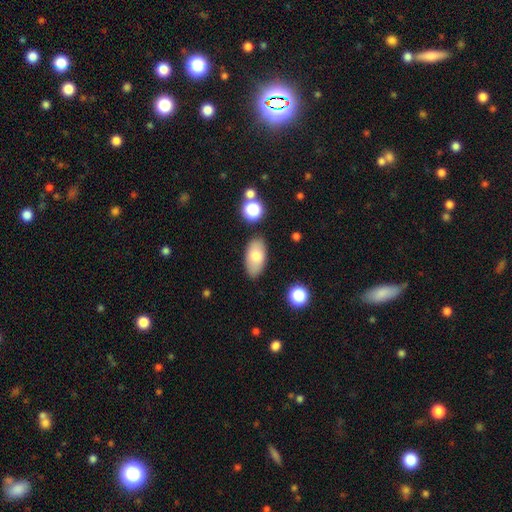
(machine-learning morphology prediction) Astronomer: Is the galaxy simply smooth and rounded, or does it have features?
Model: smooth — 75%.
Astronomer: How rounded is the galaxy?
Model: in between — 93%.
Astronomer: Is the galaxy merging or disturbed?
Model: none — 83%.